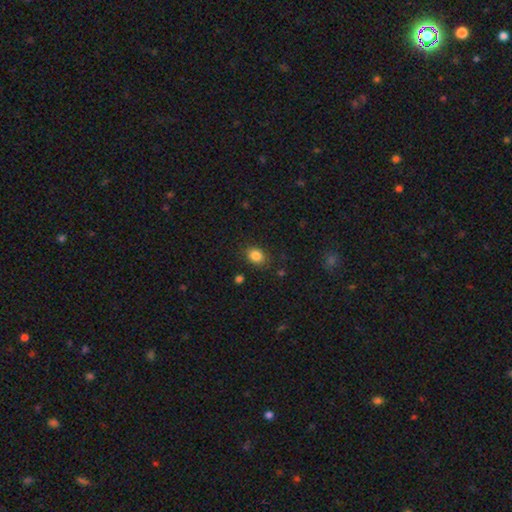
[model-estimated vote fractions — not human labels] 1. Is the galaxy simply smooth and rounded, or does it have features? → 84% smooth, 11% star or artifact, 5% featured or disk.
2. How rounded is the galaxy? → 51% in between, 48% round, 1% cigar-shaped.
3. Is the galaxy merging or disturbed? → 82% none, 12% minor disturbance, 3% major disturbance, 2% merger.